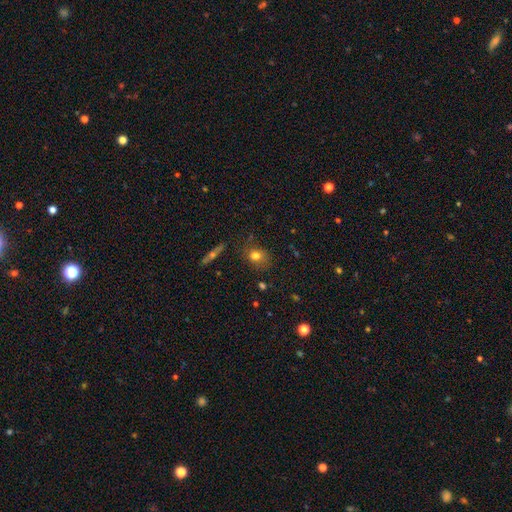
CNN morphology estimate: The model was most divided on "how rounded": round: 55%, in between: 43%, cigar-shaped: 2%. More confident: smooth or featured — smooth (75%); merging — none (71%).